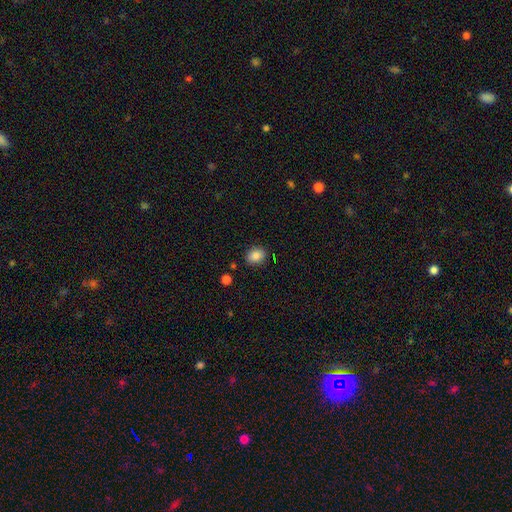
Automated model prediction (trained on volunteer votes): Morphology: type=smooth (85%); roundness=in between (54%); merging=none (85%).